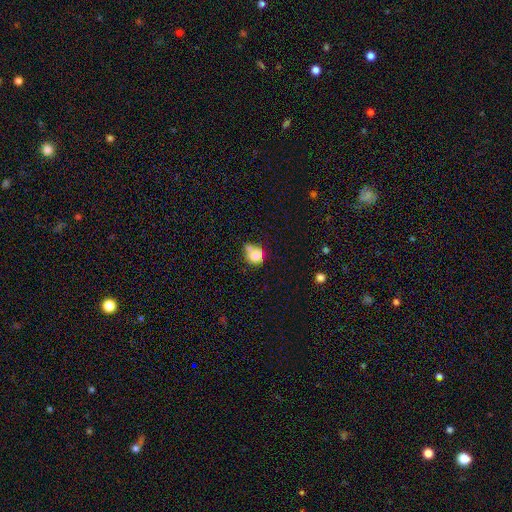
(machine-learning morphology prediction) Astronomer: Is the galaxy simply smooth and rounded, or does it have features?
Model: smooth — 76%.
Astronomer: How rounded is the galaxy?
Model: round — 80%.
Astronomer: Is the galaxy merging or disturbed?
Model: none — 41% (runner-up: merger, 34%).